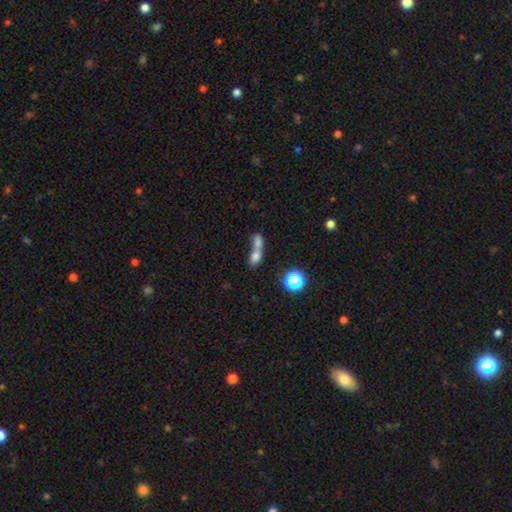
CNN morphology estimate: Overall: smooth (70%). How rounded: in between (63%; round 26%). Merging: merger (72%).